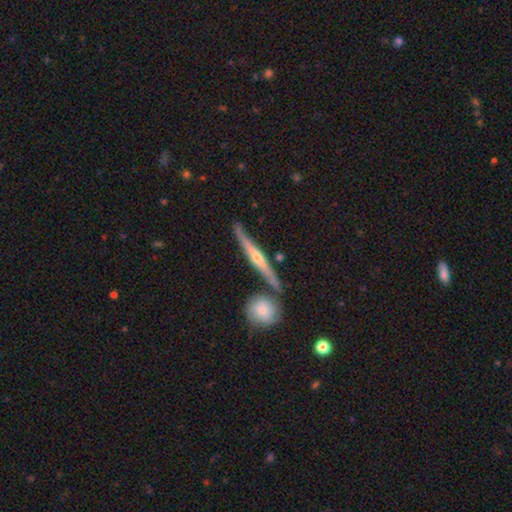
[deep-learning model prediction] Smooth or featured?
  - featured or disk: 72% *
  - smooth: 22%
  - star or artifact: 6%
Edge-on disk?
  - yes: 95% *
  - no: 5%
Edge-on bulge?
  - rounded: 76% *
  - none: 17%
  - boxy: 7%
Merging?
  - none: 78% *
  - minor disturbance: 11%
  - merger: 8%
  - major disturbance: 3%